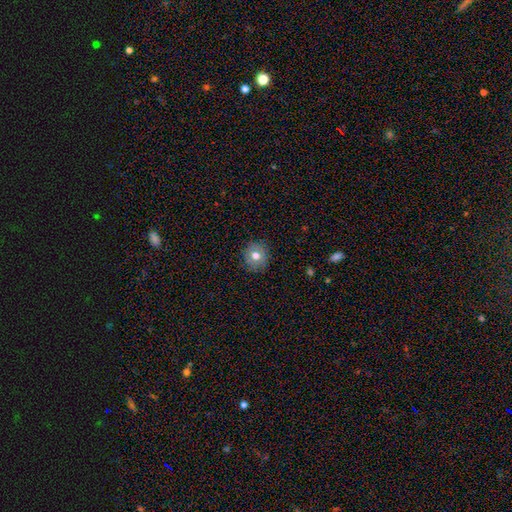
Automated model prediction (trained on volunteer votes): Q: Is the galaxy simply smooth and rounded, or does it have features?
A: smooth — 72%.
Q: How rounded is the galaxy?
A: round — 87%.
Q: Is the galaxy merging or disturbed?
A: none — 88%.